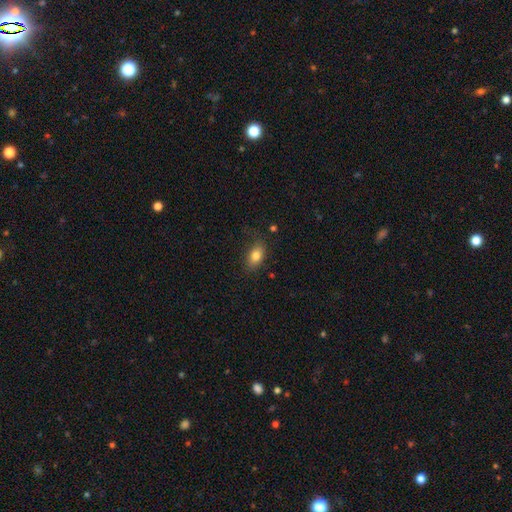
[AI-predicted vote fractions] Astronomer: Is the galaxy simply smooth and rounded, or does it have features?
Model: smooth — 80%.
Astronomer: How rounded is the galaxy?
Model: in between — 87%.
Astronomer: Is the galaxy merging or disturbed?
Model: none — 78%.